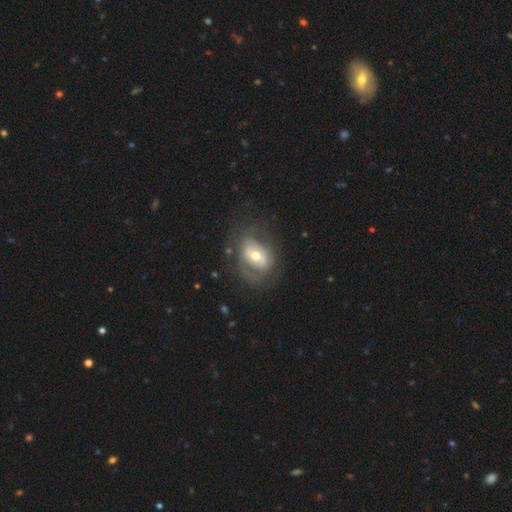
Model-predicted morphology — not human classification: This appears to be a featured or disk galaxy (58%) with no bar (48%), no spiral arms (58%) and a moderate central bulge (70%). Merging: none (59%).